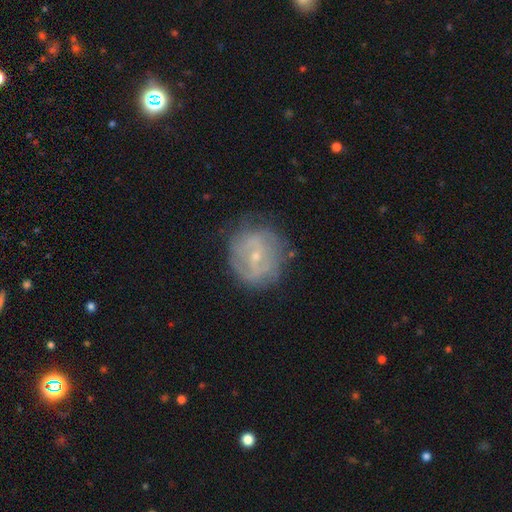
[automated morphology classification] Overall: featured or disk (62%; smooth 28%). Edge-on disk: no (96%). Bar: weak (47%; no 36%). Spiral arms: yes (56%; no 44%). Bulge size: small (75%). Merging: none (72%).